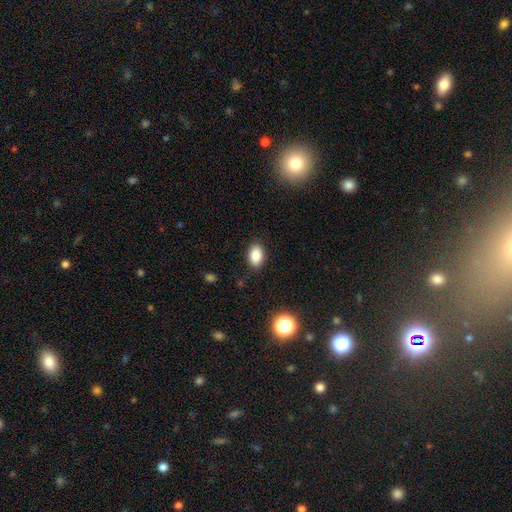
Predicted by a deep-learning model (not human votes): Smooth or featured? Predicted: smooth (p=0.86). How rounded? Predicted: in between (p=0.87). Merging? Predicted: none (p=0.85).